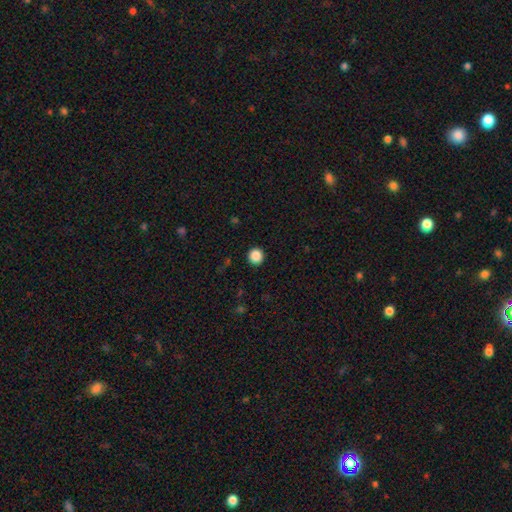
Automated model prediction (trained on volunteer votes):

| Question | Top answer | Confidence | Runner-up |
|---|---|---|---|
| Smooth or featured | smooth | 87% | star or artifact (10%) |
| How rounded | round | 93% | in between (6%) |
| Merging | none | 92% | minor disturbance (5%) |